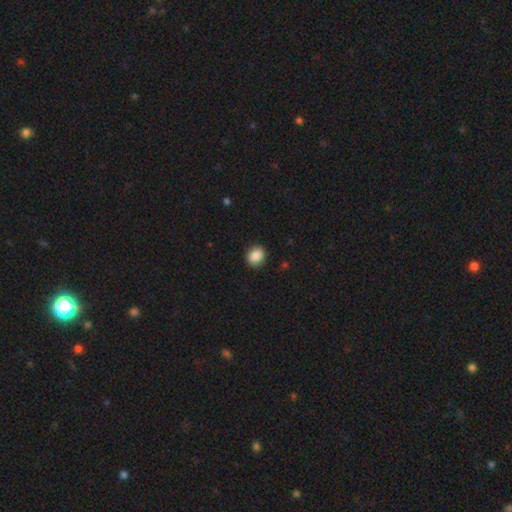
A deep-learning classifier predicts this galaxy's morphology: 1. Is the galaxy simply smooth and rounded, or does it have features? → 87% smooth, 9% star or artifact, 5% featured or disk.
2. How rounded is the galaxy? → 67% round, 32% in between, 1% cigar-shaped.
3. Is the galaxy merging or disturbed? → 89% none, 8% minor disturbance, 2% major disturbance, 1% merger.